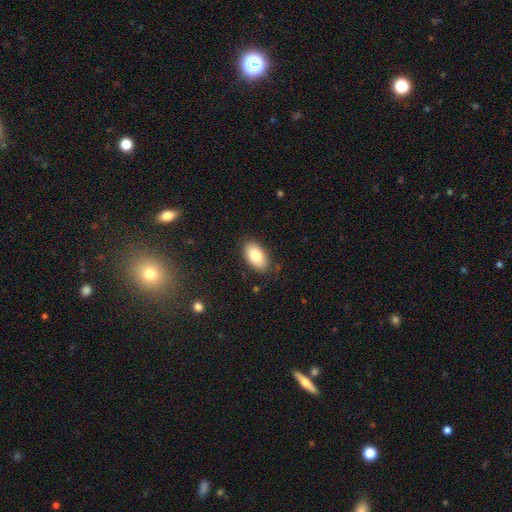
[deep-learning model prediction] Q: Smooth or featured?
A: smooth (82%); runner-up: featured or disk (12%)
Q: How rounded?
A: in between (94%); runner-up: round (4%)
Q: Merging?
A: none (84%); runner-up: minor disturbance (12%)